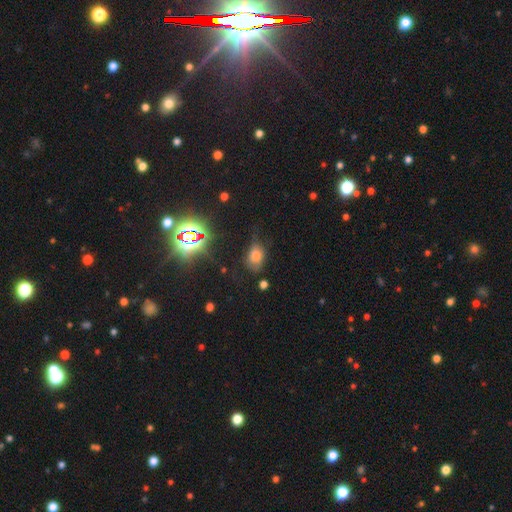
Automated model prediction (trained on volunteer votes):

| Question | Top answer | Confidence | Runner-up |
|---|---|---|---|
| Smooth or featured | smooth | 58% | star or artifact (27%) |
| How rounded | in between | 84% | round (13%) |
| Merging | none | 52% | minor disturbance (32%) |